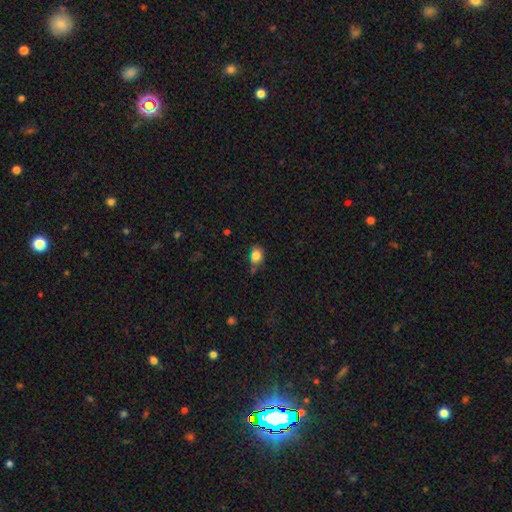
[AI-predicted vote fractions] The model was most divided on "merging": none: 56%, minor disturbance: 30%, merger: 7%, major disturbance: 7%. More confident: smooth or featured — smooth (83%); how rounded — in between (63%).